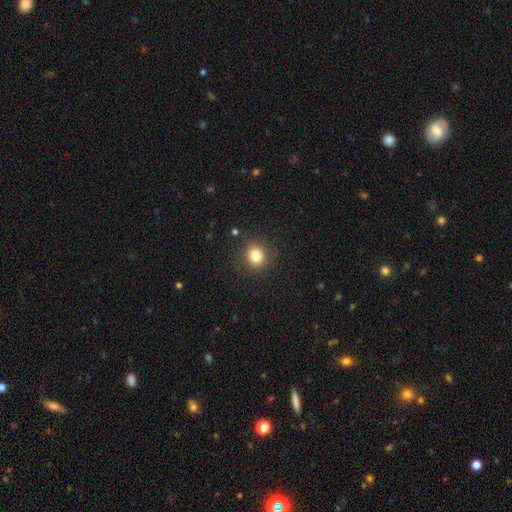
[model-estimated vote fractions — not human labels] A smooth galaxy with no disk features (82%) that is round (80%).

Vote fractions:
- Smooth or featured? smooth: 82% / star or artifact: 12% / featured or disk: 6%
- How rounded? round: 80% / in between: 19% / cigar-shaped: 1%
- Merging? none: 88% / minor disturbance: 8% / major disturbance: 3% / merger: 1%